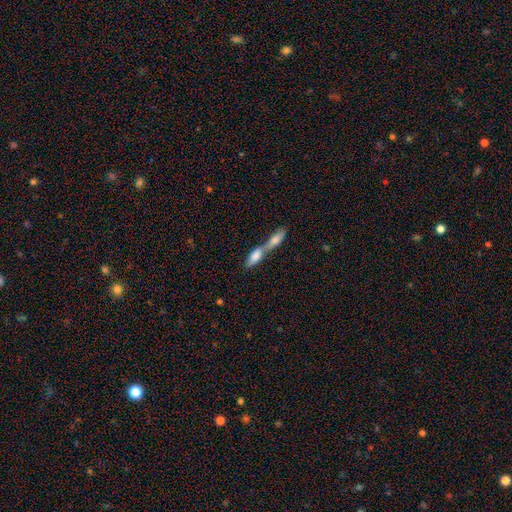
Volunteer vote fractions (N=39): A smooth galaxy with no disk features (74%) that is in between round and cigar-shaped (69%). Merging: merger (91%).